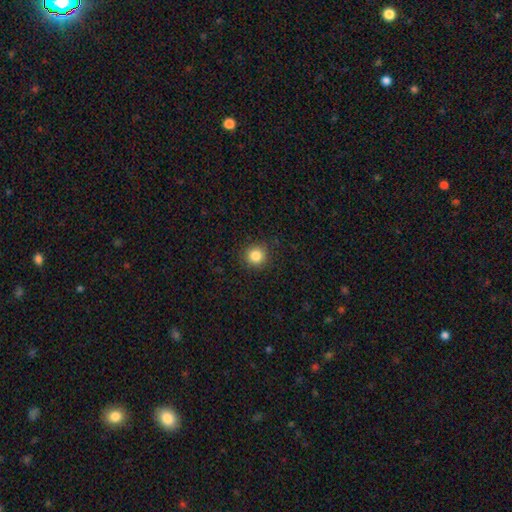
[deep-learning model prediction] Morphology: type=smooth (85%); roundness=round (92%); merging=none (90%).